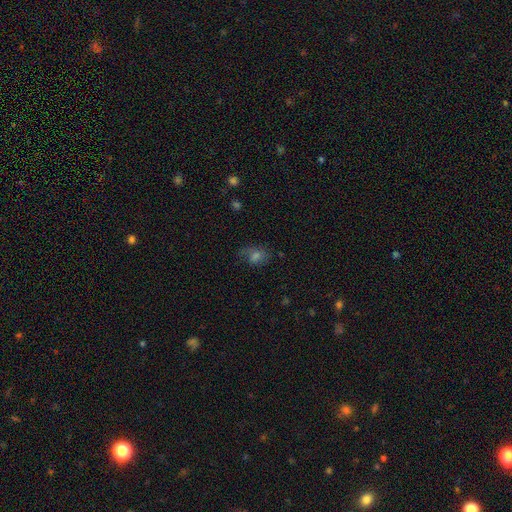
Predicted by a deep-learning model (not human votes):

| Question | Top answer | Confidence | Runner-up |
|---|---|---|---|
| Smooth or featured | smooth | 47% | featured or disk (31%) |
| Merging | none | 59% | minor disturbance (23%) |